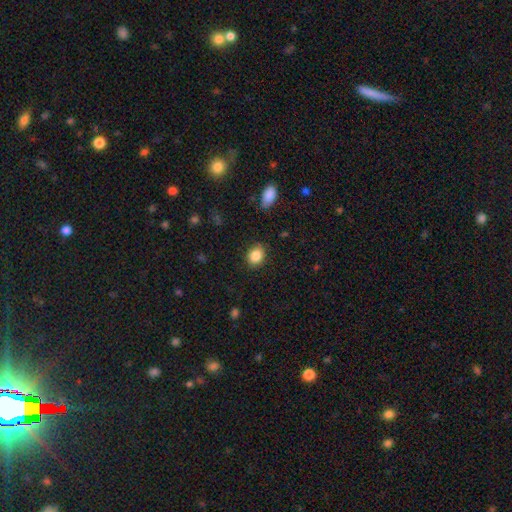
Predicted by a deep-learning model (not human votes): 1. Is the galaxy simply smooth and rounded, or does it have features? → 86% smooth, 9% star or artifact, 5% featured or disk.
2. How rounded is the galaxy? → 52% round, 47% in between, 1% cigar-shaped.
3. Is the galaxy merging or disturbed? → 85% none, 11% minor disturbance, 3% major disturbance, 1% merger.